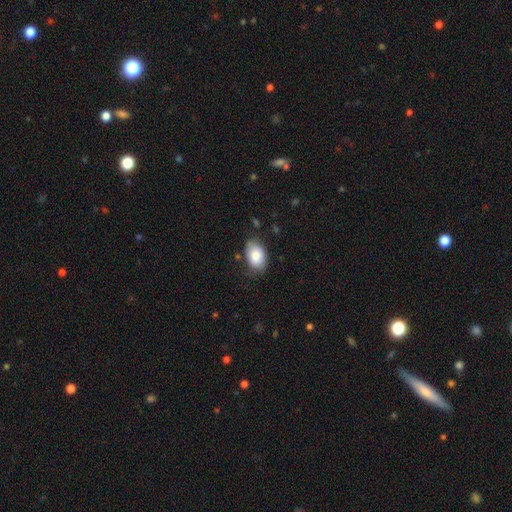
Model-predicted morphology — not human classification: smooth 83%, featured or disk 11%, star or artifact 7%. Down the decision tree: how rounded — in between (88%); merging — none (73%).